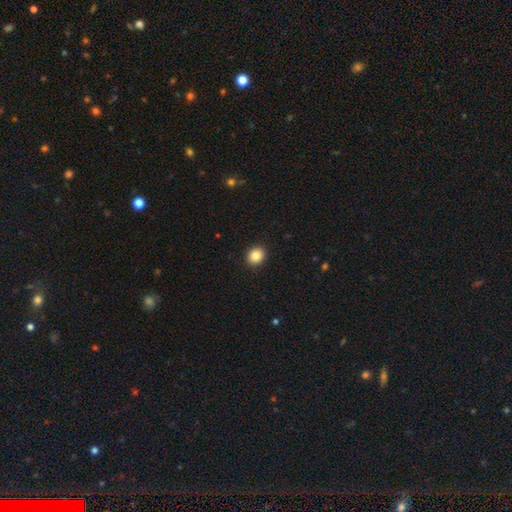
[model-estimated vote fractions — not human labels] The model was most divided on "how rounded": round: 70%, in between: 29%, cigar-shaped: 1%. More confident: merging — none (92%); smooth or featured — smooth (85%).